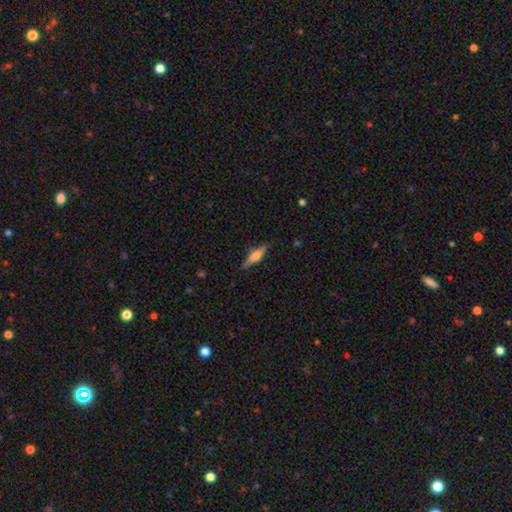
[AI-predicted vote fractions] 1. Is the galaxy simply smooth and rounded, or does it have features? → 47% featured or disk (tied), 47% smooth (tied), 7% star or artifact.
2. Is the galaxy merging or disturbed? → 83% none, 13% minor disturbance, 3% major disturbance, 1% merger.